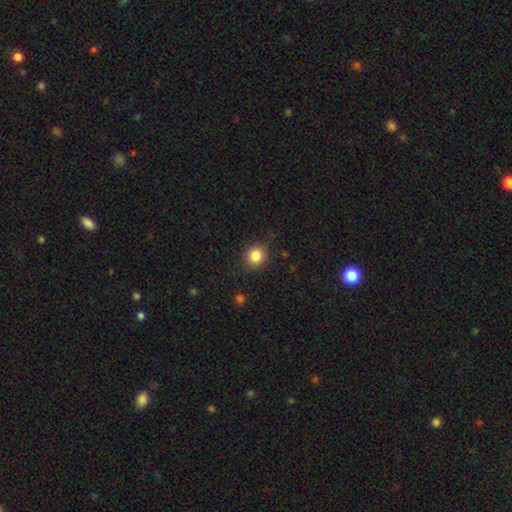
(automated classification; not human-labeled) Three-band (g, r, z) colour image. It shows a smooth galaxy with no disk features (84%) that is round (75%). Merging: none (85%).